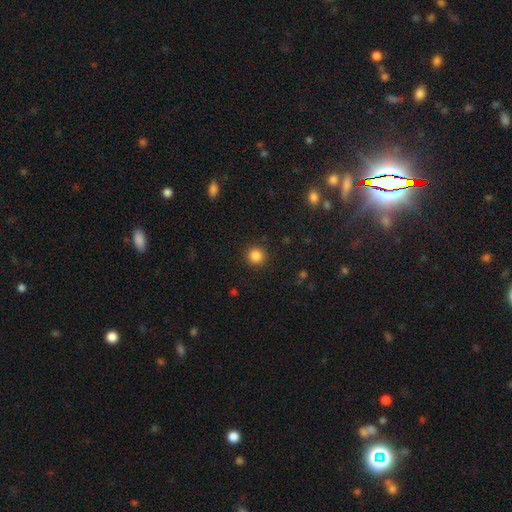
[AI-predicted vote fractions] smooth_or_featured: smooth (p=0.85) [alt: star or artifact p=0.11]
how_rounded: round (p=0.94) [alt: in between p=0.05]
merging: none (p=0.92) [alt: minor disturbance p=0.05]